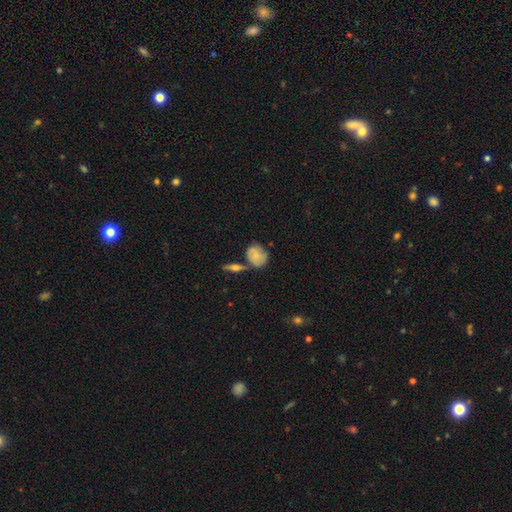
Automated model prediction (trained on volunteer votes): Smooth or featured? Predicted: smooth (p=0.66). How rounded? Predicted: round (p=0.52). Merging? Predicted: none (p=0.58).